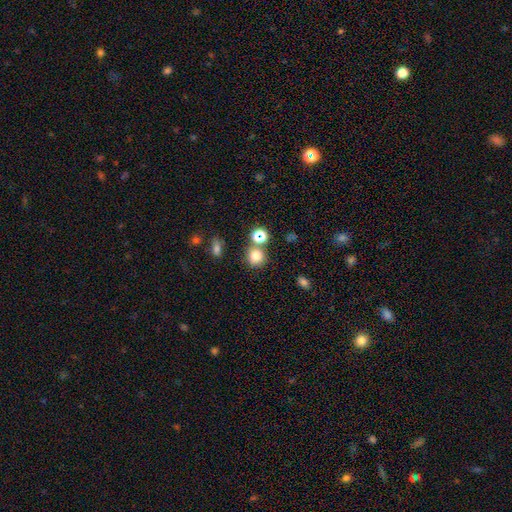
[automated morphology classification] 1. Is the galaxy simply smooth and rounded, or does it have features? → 77% smooth, 17% star or artifact, 6% featured or disk.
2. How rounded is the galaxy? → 85% round, 14% in between, 1% cigar-shaped.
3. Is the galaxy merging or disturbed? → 72% none, 15% merger, 10% minor disturbance, 4% major disturbance.